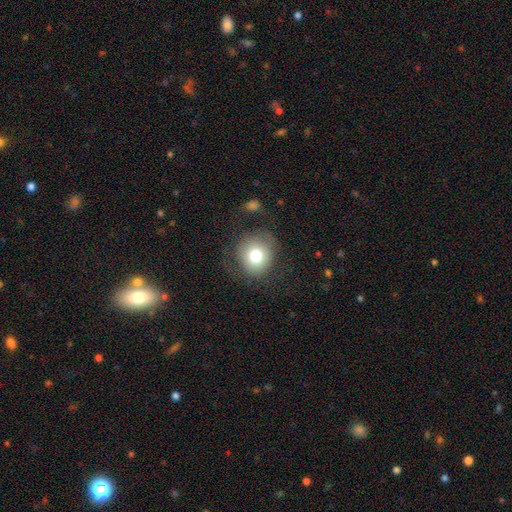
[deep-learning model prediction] Smooth or featured?
  - smooth: 75% *
  - featured or disk: 15%
  - star or artifact: 10%
How rounded?
  - round: 83% *
  - in between: 16%
  - cigar-shaped: 1%
Merging?
  - none: 67% *
  - minor disturbance: 18%
  - major disturbance: 13%
  - merger: 2%